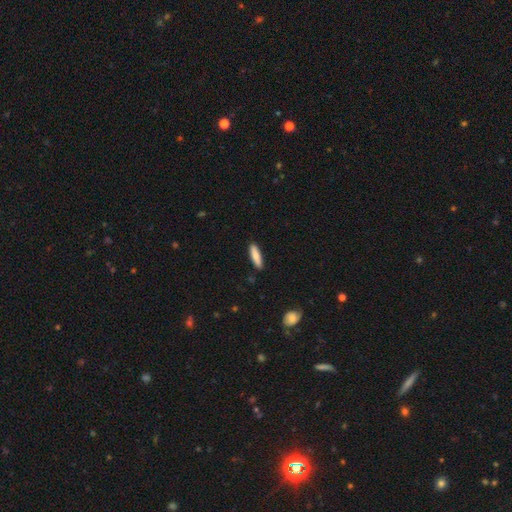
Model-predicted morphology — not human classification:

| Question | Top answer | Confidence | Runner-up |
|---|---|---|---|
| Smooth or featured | smooth | 81% | featured or disk (13%) |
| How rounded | cigar-shaped | 73% | in between (26%) |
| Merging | none | 88% | minor disturbance (9%) |